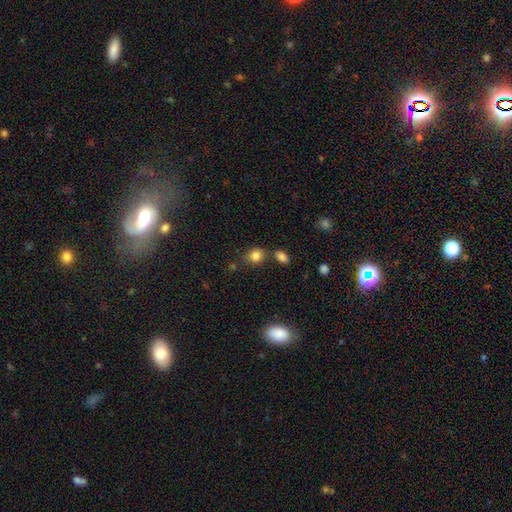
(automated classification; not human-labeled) smooth-or-featured: smooth: 83% | star or artifact: 11% | featured or disk: 6%
  how-rounded: round: 55% | in between: 43% | cigar-shaped: 1%
  merging: none: 67% | minor disturbance: 15% | merger: 13% | major disturbance: 5%